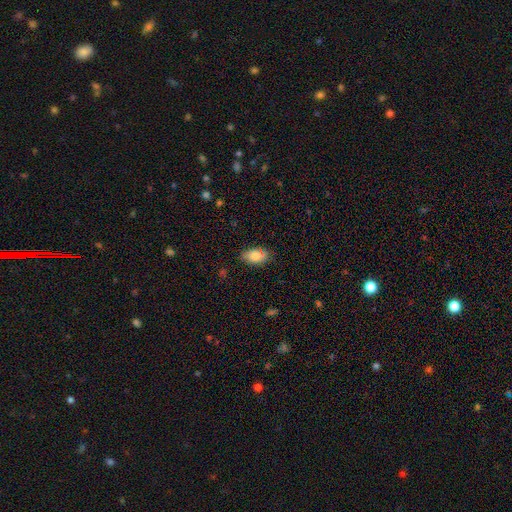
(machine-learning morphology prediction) Overall: smooth (79%). How rounded: in between (89%). Merging: none (77%).